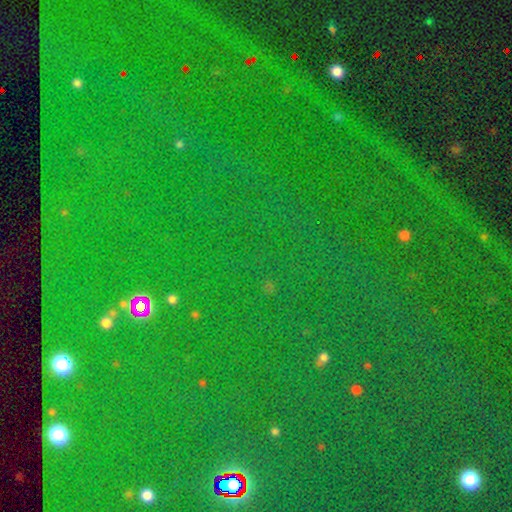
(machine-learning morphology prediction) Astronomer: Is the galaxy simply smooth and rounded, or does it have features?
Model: star or artifact — 84%.